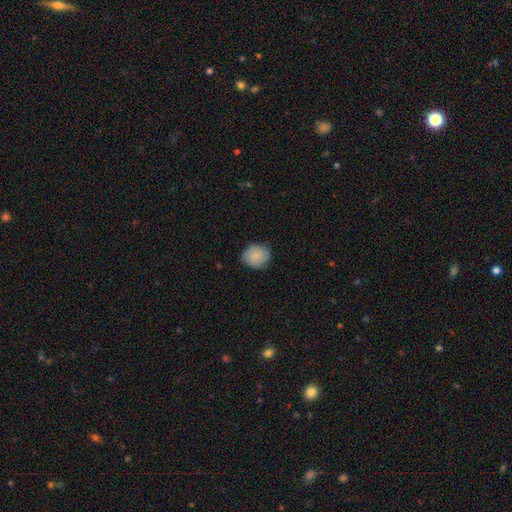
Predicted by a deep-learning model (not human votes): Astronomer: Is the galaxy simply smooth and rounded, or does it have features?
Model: smooth — 78%.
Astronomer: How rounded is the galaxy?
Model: round — 71%.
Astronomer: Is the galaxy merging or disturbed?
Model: none — 78%.